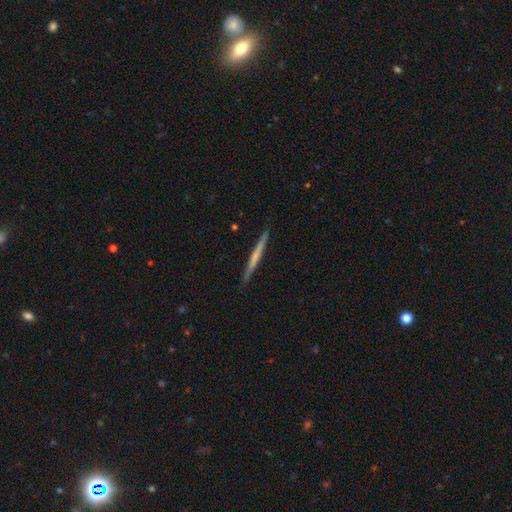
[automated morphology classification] featured or disk 47% (tied), smooth 47% (tied), star or artifact 5%. Down the decision tree: merging — none (91%).